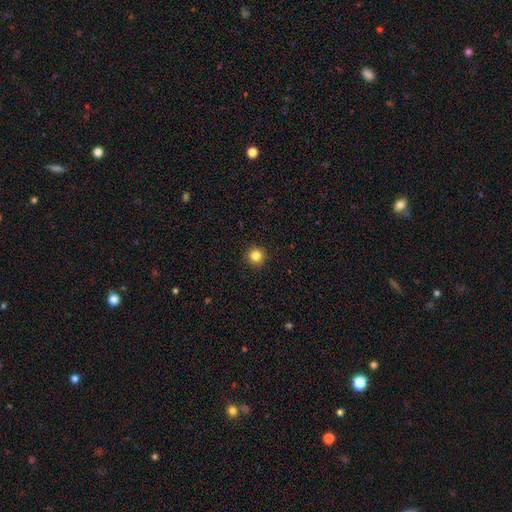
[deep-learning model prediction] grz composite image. It shows a smooth galaxy with no disk features (84%) that is round (96%). Merging: none (93%).